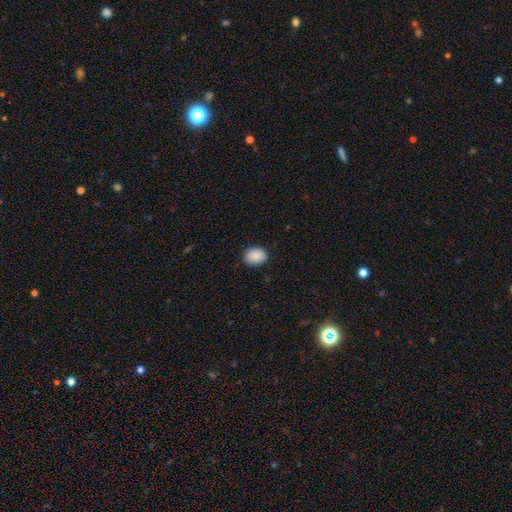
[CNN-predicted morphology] This appears to be a smooth galaxy with no disk features (89%) that is in between round and cigar-shaped (55%). Merging: none (89%).